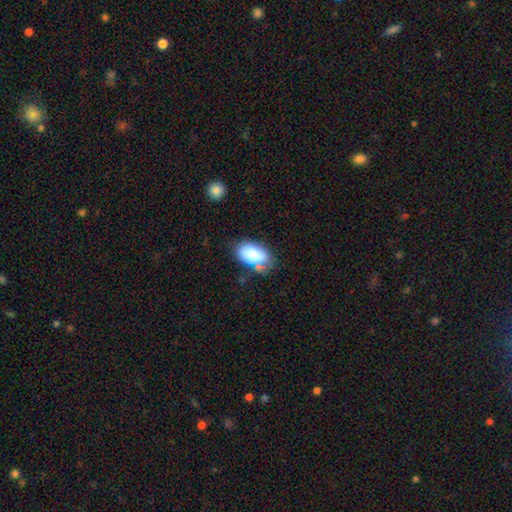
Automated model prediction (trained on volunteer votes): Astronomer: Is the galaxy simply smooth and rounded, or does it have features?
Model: smooth — 83%.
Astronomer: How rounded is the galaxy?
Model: in between — 93%.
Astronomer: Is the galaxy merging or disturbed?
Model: none — 61%.